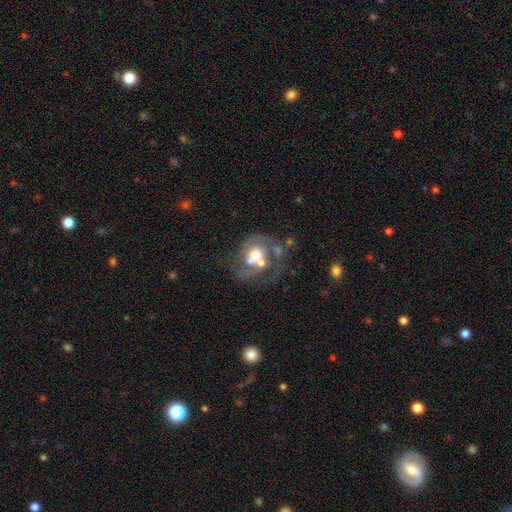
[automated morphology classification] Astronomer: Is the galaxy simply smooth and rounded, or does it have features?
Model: featured or disk — 69%.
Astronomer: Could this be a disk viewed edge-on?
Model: no — 98%.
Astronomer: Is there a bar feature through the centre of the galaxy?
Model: no — 79%.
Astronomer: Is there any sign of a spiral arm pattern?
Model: yes — 68%.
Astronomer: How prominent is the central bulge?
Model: moderate — 58%.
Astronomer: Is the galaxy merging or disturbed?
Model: merger — 37% (runner-up: none, 28%).